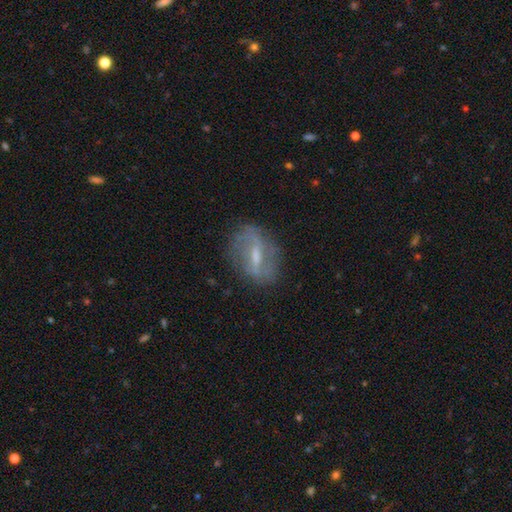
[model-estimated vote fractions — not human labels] featured or disk 68%, smooth 23%, star or artifact 9%. Down the decision tree: edge-on disk — no (90%); bar — strong (46%); spiral arms — yes (63%); bulge size — small (41%); merging — none (73%).